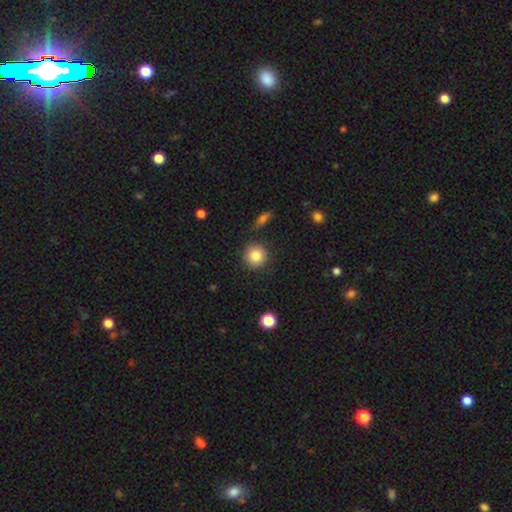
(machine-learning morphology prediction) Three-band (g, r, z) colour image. It shows a smooth galaxy with no disk features (84%) that is round (93%). Merging: none (88%).